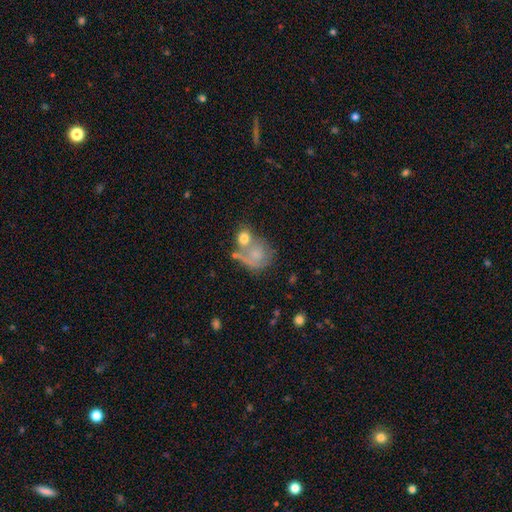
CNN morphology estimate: Smooth or featured? Predicted: smooth (p=0.62). How rounded? Predicted: round (p=0.68). Merging? Predicted: merger (p=0.37).